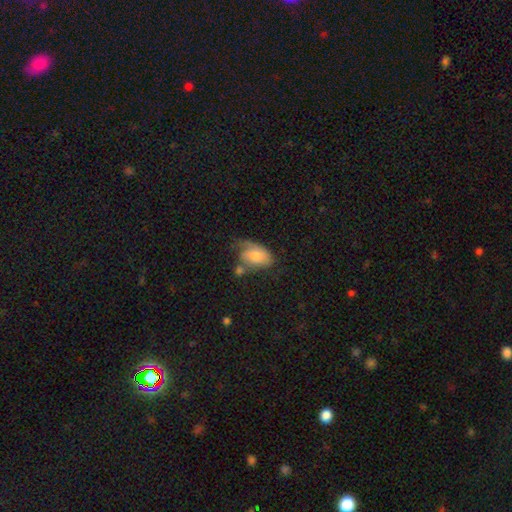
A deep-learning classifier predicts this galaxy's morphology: The model was most divided on "merging": none: 32%, minor disturbance: 31%, major disturbance: 23%, merger: 14%. More confident: how rounded — in between (89%); smooth or featured — smooth (61%).